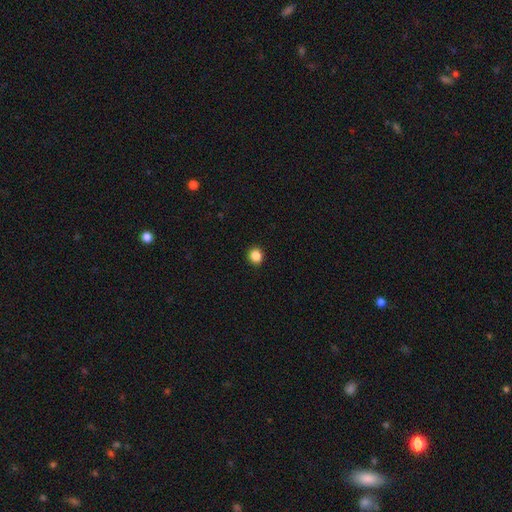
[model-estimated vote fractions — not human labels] Overall: smooth (86%). How rounded: round (86%). Merging: none (92%).